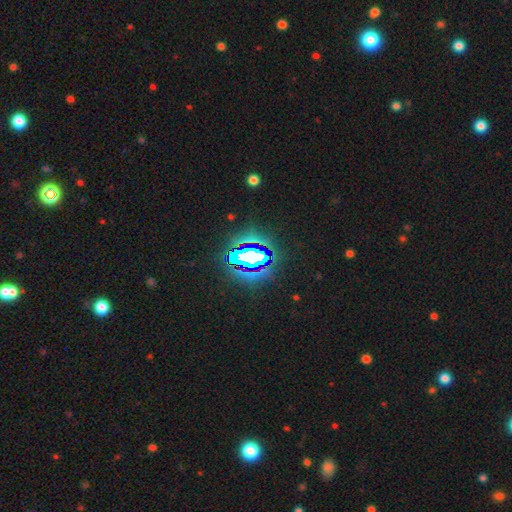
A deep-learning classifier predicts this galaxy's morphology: type=star or artifact (71%).